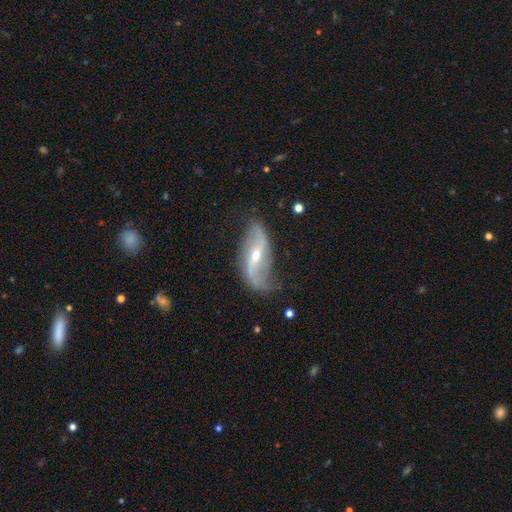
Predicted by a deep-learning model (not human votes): A featured or disk galaxy (86%) with a strong bar (40%), 2 (91%) loose (85%) spiral arms (93%) and a small central bulge (56%). Merging: none (67%).